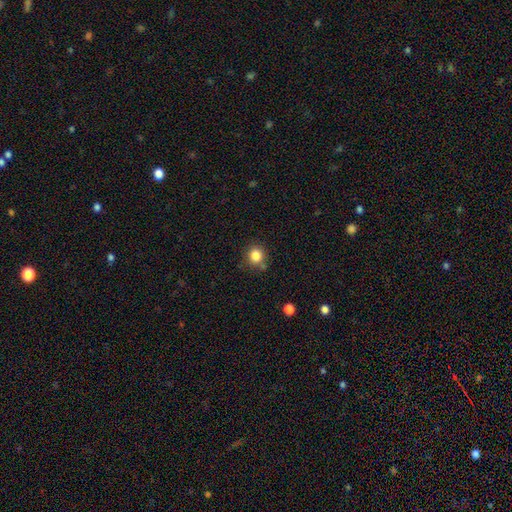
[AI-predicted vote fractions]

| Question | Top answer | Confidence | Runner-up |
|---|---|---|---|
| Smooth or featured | smooth | 84% | star or artifact (11%) |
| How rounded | round | 87% | in between (12%) |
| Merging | none | 77% | minor disturbance (14%) |